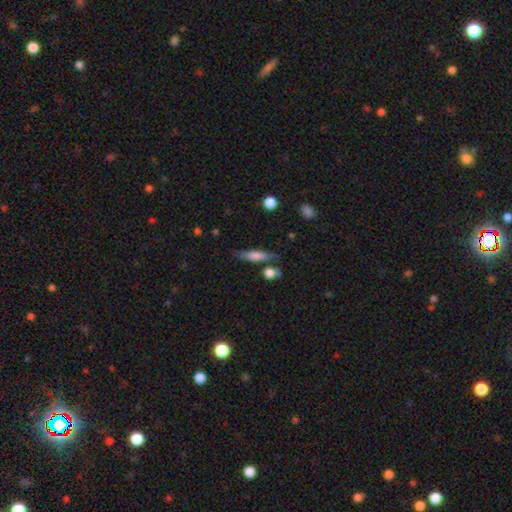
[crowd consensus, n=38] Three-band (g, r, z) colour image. It shows a smooth galaxy with no disk features (61%) that is cigar-shaped (65%). Merging: none (81%).